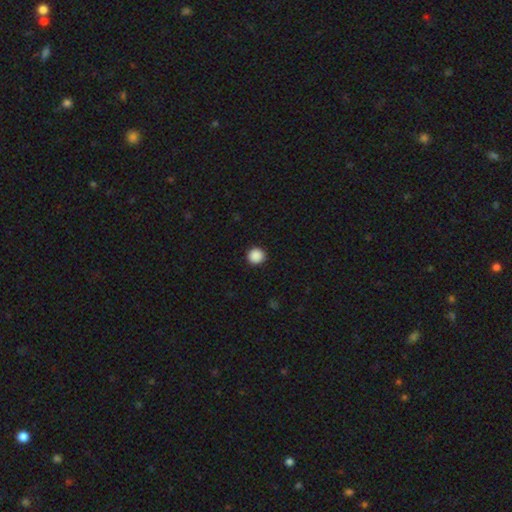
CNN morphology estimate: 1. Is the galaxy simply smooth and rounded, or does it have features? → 89% smooth, 9% star or artifact, 2% featured or disk.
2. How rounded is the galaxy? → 94% round, 5% in between, 1% cigar-shaped.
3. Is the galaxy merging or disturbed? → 93% none, 5% minor disturbance, 2% major disturbance, 1% merger.